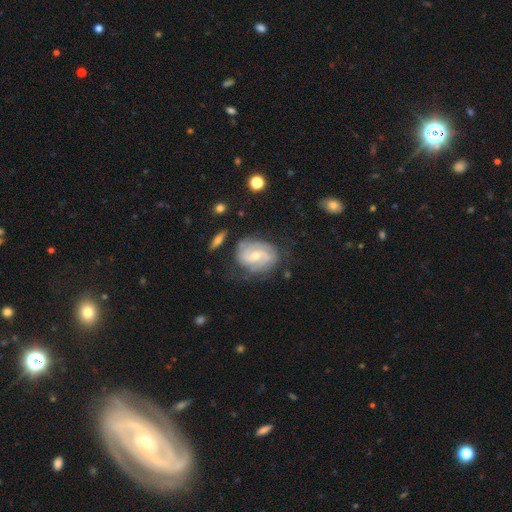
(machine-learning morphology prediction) Q: Smooth or featured?
A: featured or disk (79%); runner-up: smooth (16%)
Q: Edge-on disk?
A: no (97%); runner-up: yes (3%)
Q: Bar?
A: no (45%); tied with: weak (45%)
Q: Spiral arms?
A: yes (92%); runner-up: no (8%)
Q: Spiral winding?
A: tight (51%); runner-up: medium (36%)
Q: Spiral arm count?
A: 2 (49%); runner-up: can't tell (26%)
Q: Bulge size?
A: small (49%); runner-up: moderate (47%)
Q: Merging?
A: none (64%); runner-up: minor disturbance (22%)